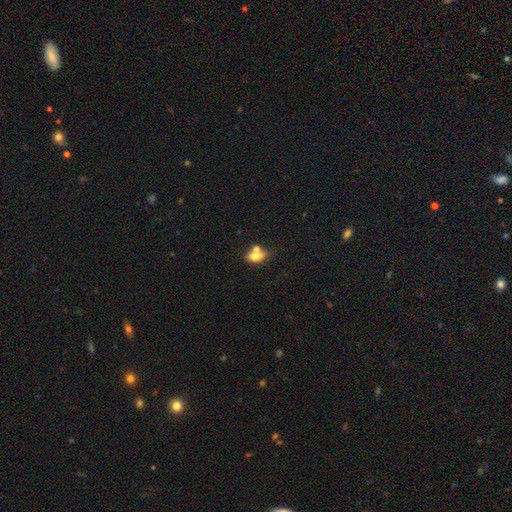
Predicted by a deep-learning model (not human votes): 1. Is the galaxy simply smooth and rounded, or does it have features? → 67% smooth, 24% featured or disk, 9% star or artifact.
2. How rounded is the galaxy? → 79% in between, 12% round, 8% cigar-shaped.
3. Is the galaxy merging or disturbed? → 44% merger, 37% none, 13% minor disturbance, 6% major disturbance.